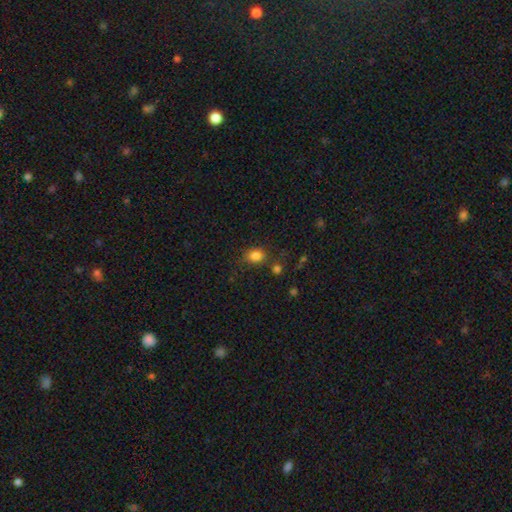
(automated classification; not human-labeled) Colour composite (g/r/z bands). It shows a smooth galaxy with no disk features (83%) that is round (61%). Merging: none (74%).